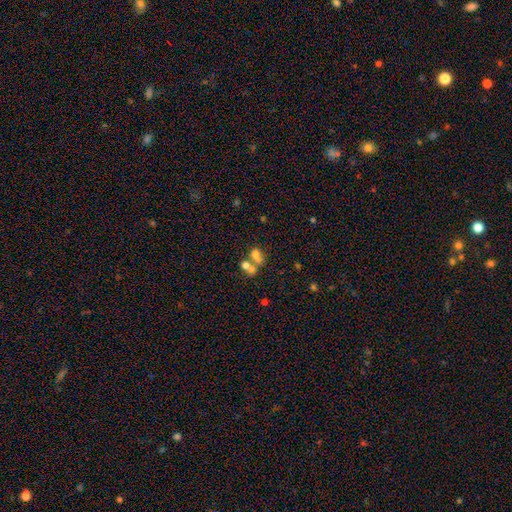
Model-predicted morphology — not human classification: smooth-or-featured: smooth: 55% | featured or disk: 25% | star or artifact: 20%
  how-rounded: round: 53% | in between: 45% | cigar-shaped: 2%
  merging: merger: 58% | none: 28% | minor disturbance: 7% | major disturbance: 6%